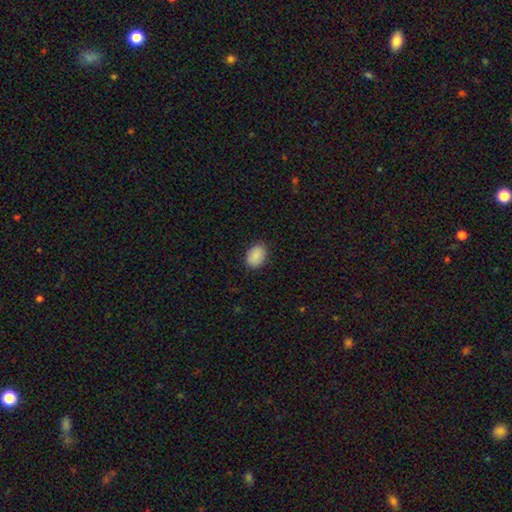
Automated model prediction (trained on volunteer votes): Overall: smooth (89%). How rounded: in between (72%). Merging: none (85%).